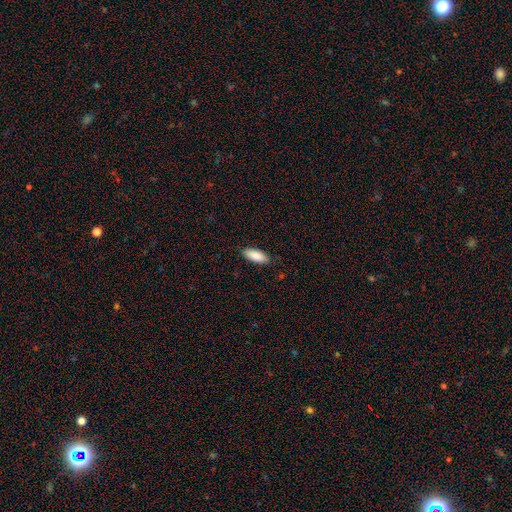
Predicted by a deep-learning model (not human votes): The model was most divided on "how rounded": in between: 81%, cigar-shaped: 17%, round: 2%. More confident: smooth or featured — smooth (90%); merging — none (86%).